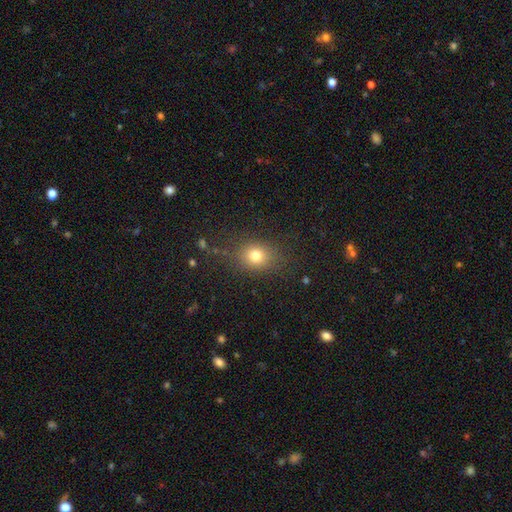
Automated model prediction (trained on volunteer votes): A smooth galaxy with no disk features (77%) that is round (55%). Merging: none (81%).